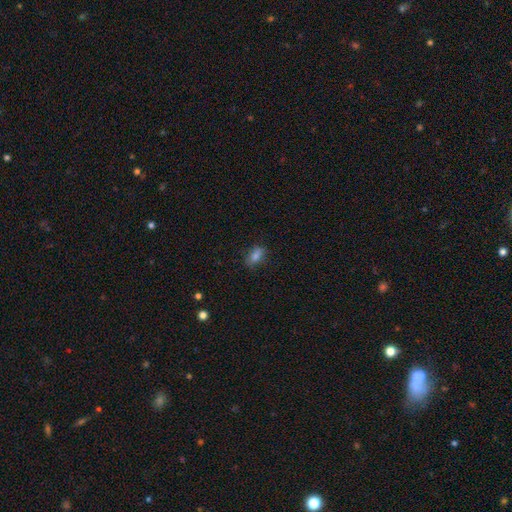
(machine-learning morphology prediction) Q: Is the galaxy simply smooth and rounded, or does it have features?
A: smooth — 79%.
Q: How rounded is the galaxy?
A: in between — 82%.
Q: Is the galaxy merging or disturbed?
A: none — 79%.